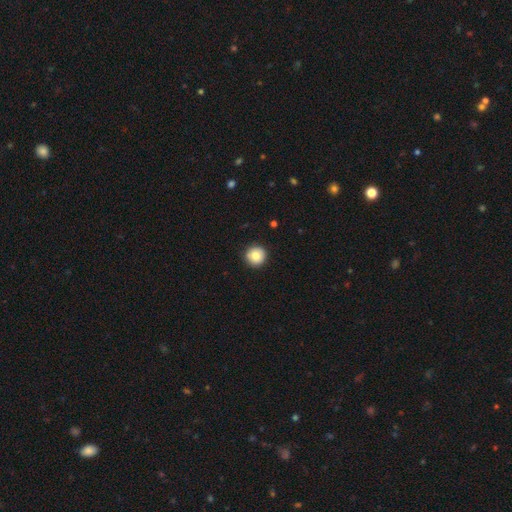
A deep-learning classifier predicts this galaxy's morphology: smooth-or-featured: smooth: 82% | featured or disk: 10% | star or artifact: 9%
  how-rounded: round: 96% | in between: 3% | cigar-shaped: 1%
  merging: none: 92% | minor disturbance: 6% | major disturbance: 2% | merger: 1%